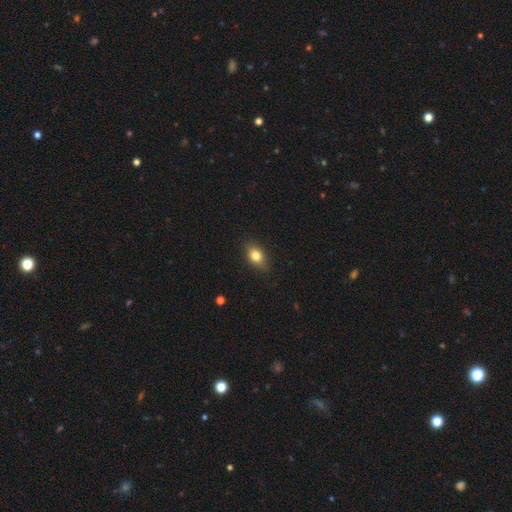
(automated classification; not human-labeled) This is likely a smooth galaxy (79%). How rounded: likely in between (75%). Merging: clearly none (84%).